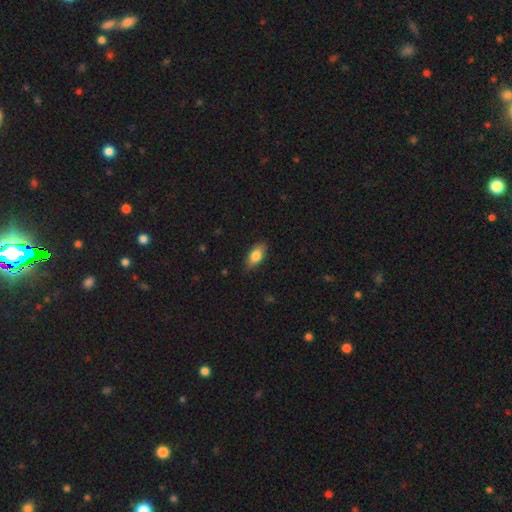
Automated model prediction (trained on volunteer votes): This appears to be a smooth galaxy with no disk features (79%) that is in between round and cigar-shaped (87%). Merging: none (83%).